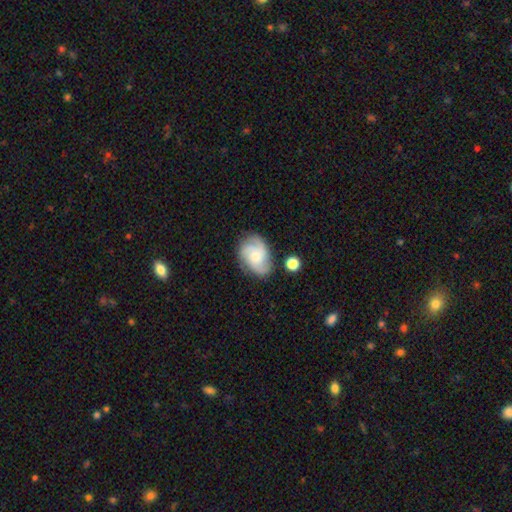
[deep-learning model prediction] Overall: featured or disk (70%). Edge-on disk: no (98%). Bar: no (74%). Spiral arms: yes (95%). Spiral arm count: 3 (58%). Spiral winding: medium (47%; tight 36%). Bulge size: small (47%; moderate 38%). Merging: none (72%).